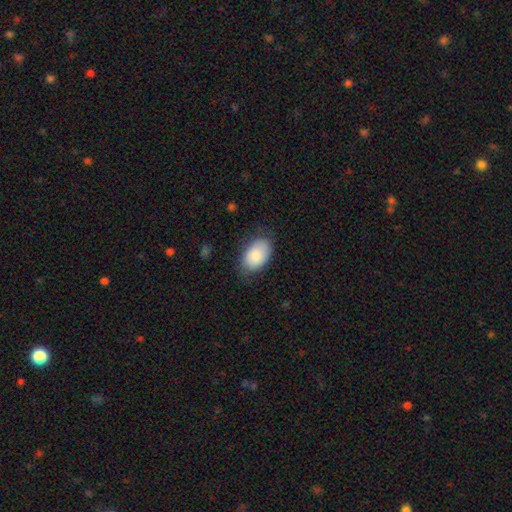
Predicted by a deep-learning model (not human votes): smooth-or-featured: smooth: 85% | featured or disk: 8% | star or artifact: 6%
  how-rounded: in between: 90% | round: 9% | cigar-shaped: 1%
  merging: none: 73% | minor disturbance: 21% | major disturbance: 5% | merger: 1%